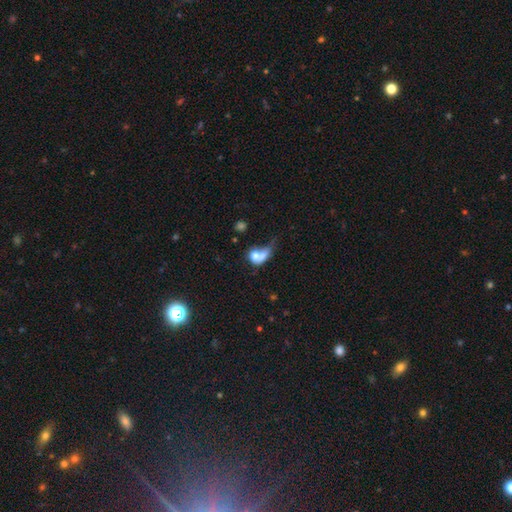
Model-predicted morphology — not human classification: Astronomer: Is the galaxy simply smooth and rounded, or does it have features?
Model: smooth — 66%.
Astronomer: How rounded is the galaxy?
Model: in between — 55% (runner-up: round, 41%).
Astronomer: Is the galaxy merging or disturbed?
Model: merger — 41% (runner-up: major disturbance, 28%).